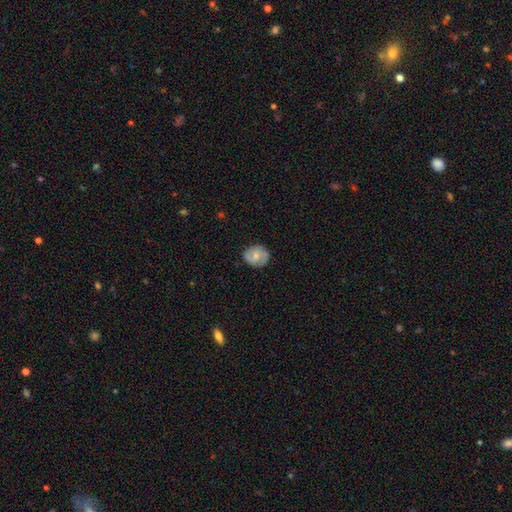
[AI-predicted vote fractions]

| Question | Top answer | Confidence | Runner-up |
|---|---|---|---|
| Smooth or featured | smooth | 53% | featured or disk (40%) |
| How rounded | round | 71% | in between (28%) |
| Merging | none | 82% | minor disturbance (14%) |